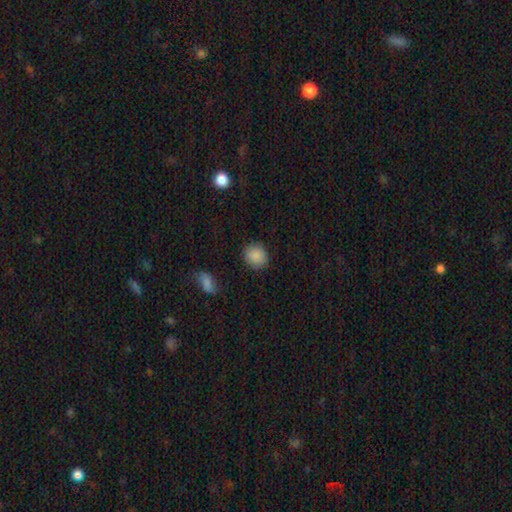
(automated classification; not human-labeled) smooth-or-featured: smooth: 88% | star or artifact: 8% | featured or disk: 4%
  how-rounded: round: 76% | in between: 23% | cigar-shaped: 1%
  merging: none: 86% | minor disturbance: 10% | major disturbance: 3% | merger: 2%